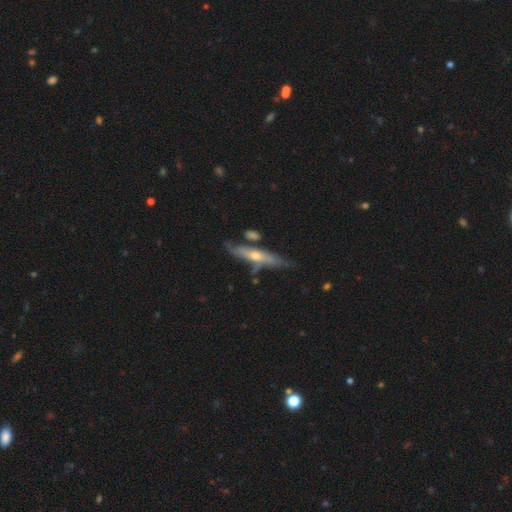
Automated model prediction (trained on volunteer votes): A featured or disk galaxy (65%) viewed edge-on (75%).

Vote fractions:
- Smooth or featured? featured or disk: 65% / smooth: 29% / star or artifact: 6%
- Edge-on disk? yes: 75% / no: 25%
- Merging? none: 58% / minor disturbance: 22% / merger: 12% / major disturbance: 8%